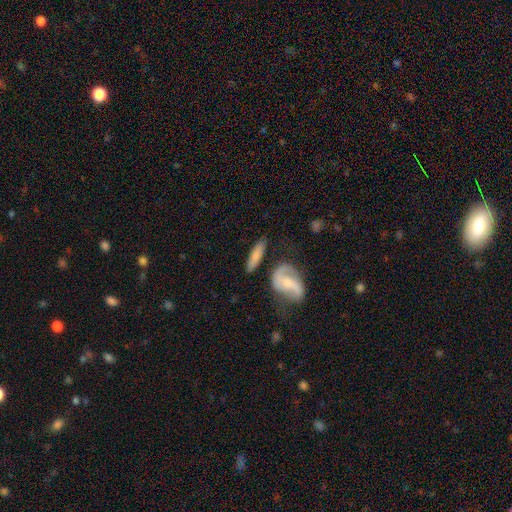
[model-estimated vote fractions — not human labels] Morphology: type=smooth (65%); roundness=cigar-shaped (66%); merging=none (70%).